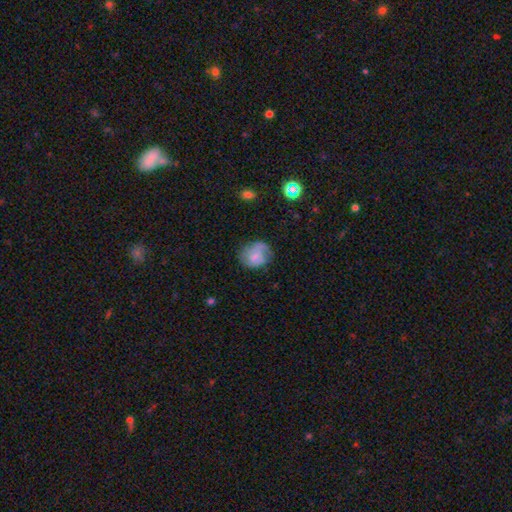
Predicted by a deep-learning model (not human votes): Smooth or featured? Predicted: smooth (p=0.63). How rounded? Predicted: round (p=0.55). Merging? Predicted: none (p=0.47).